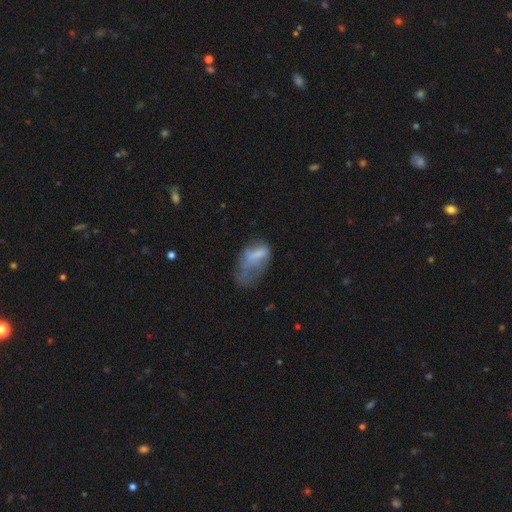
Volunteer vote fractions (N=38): A smooth galaxy with no disk features (66%) that is in between round and cigar-shaped (100%).

Vote fractions:
- Smooth or featured? smooth: 66% / featured or disk: 32% / star or artifact: 3%
- How rounded? in between: 100% / round: 0% / cigar-shaped: 0%
- Merging? none: 35% (tied) / major disturbance: 35% (tied) / minor disturbance: 22% / merger: 8%